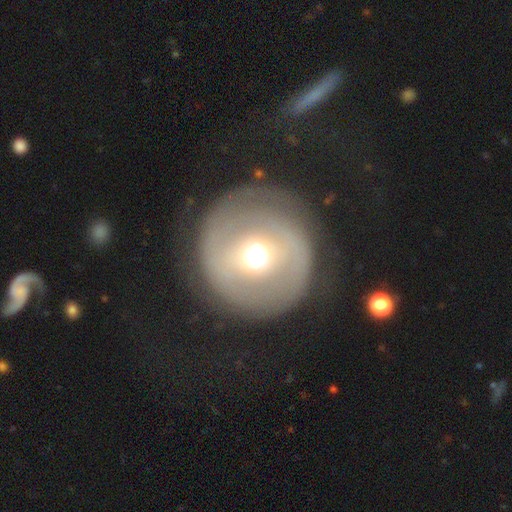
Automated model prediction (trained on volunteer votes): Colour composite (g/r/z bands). It shows a featured or disk galaxy (56%) with no bar (57%), no spiral arms (63%) and a moderate central bulge (66%). Merging: none (69%).